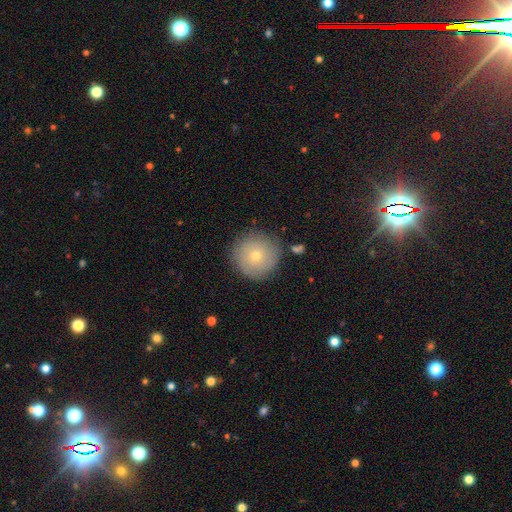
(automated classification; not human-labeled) smooth 61%, featured or disk 28%, star or artifact 11%. Down the decision tree: how rounded — round (95%); merging — none (84%).